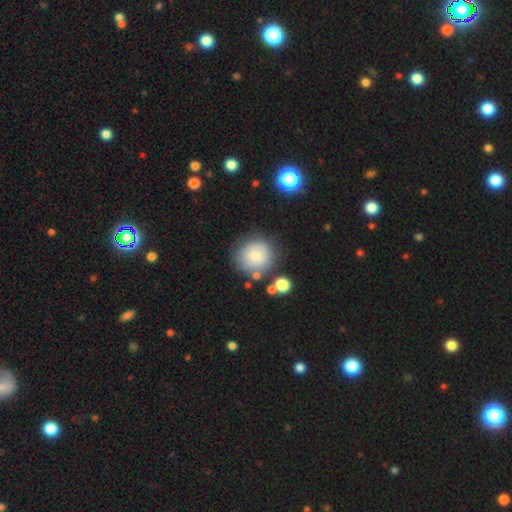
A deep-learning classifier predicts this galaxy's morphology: Smooth or featured: smooth — 79% (featured or disk — 12%)
How rounded: round — 88% (in between — 11%)
Merging: none — 71% (minor disturbance — 15%)